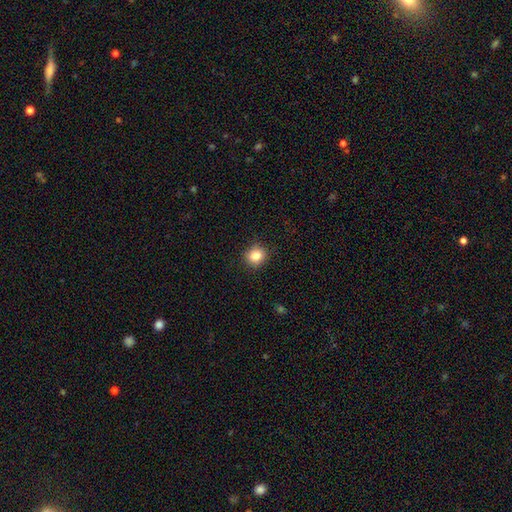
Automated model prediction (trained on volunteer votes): smooth 84%, star or artifact 10%, featured or disk 5%. Down the decision tree: how rounded — round (80%); merging — none (88%).